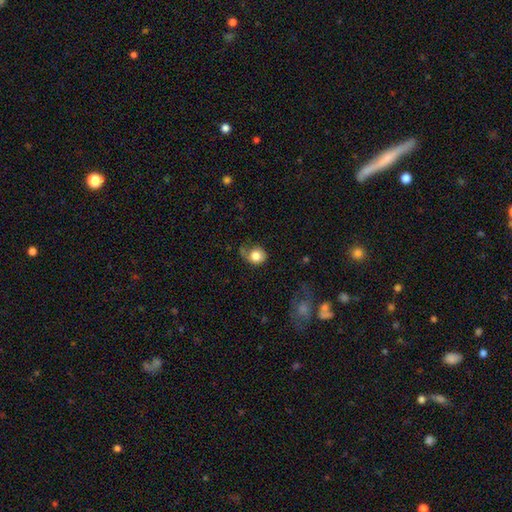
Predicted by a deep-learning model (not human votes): Smooth or featured? smooth (78%)
How rounded? round (75%)
Merging? none (45%)